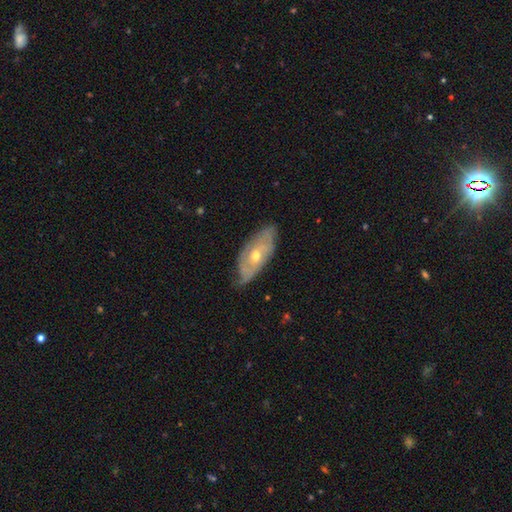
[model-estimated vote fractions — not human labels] A featured or disk galaxy (68%) with no bar (79%), spiral arms (70%) and a moderate central bulge (63%).

Vote fractions:
- Smooth or featured? featured or disk: 68% / smooth: 26% / star or artifact: 7%
- Edge-on disk? no: 81% / yes: 19%
- Bar? no: 79% / weak: 17% / strong: 4%
- Spiral arms? yes: 70% / no: 30%
- Bulge size? moderate: 63% / small: 34% / large: 2% / none: 1% / dominant: 1%
- Merging? none: 68% / minor disturbance: 26% / major disturbance: 5% / merger: 1%